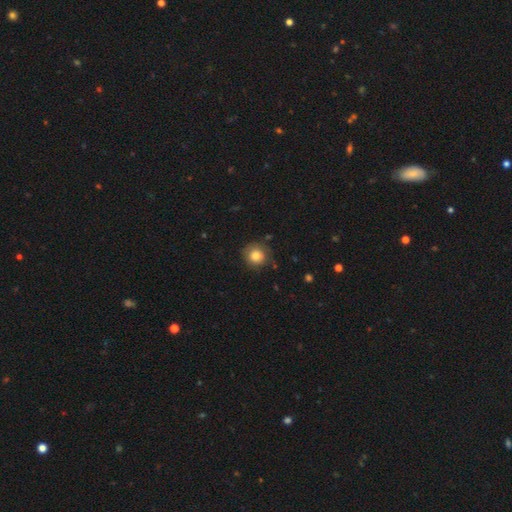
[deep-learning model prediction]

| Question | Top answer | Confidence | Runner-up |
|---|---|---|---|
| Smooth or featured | smooth | 80% | featured or disk (11%) |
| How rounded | round | 92% | in between (7%) |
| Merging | none | 78% | minor disturbance (16%) |